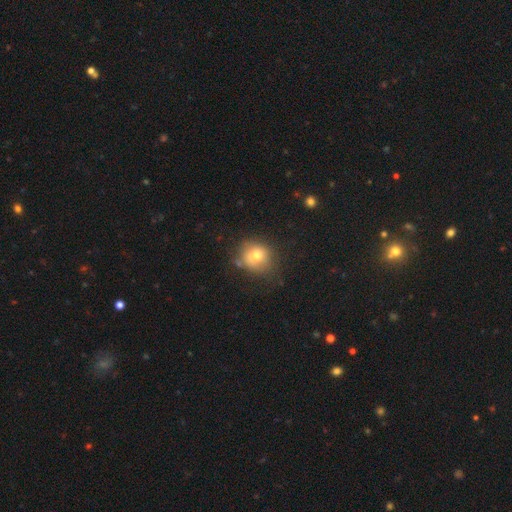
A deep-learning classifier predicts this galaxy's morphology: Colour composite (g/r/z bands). It shows a smooth galaxy with no disk features (73%) that is round (78%). Merging: none (63%).